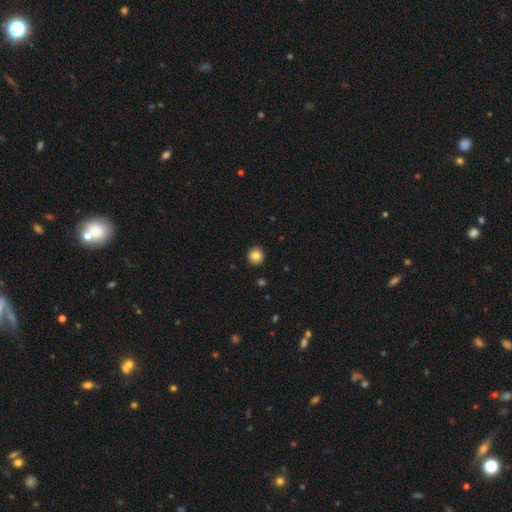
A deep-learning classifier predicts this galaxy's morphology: type=smooth (84%); roundness=round (93%); merging=none (93%).